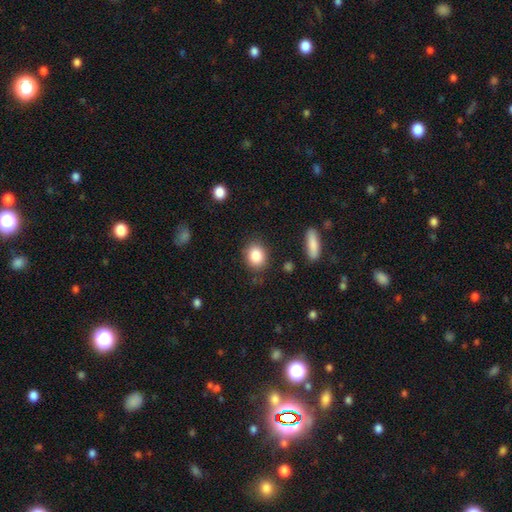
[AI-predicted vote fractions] Smooth or featured: smooth — 86% (star or artifact — 8%)
How rounded: round — 54% (in between — 44%)
Merging: none — 83% (minor disturbance — 11%)